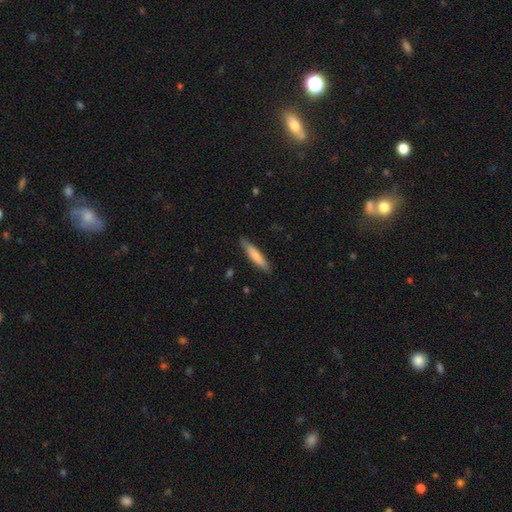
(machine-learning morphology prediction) smooth_or_featured: smooth (p=0.72) [alt: featured or disk p=0.22]
how_rounded: cigar-shaped (p=0.87) [alt: in between p=0.12]
merging: none (p=0.84) [alt: minor disturbance p=0.12]